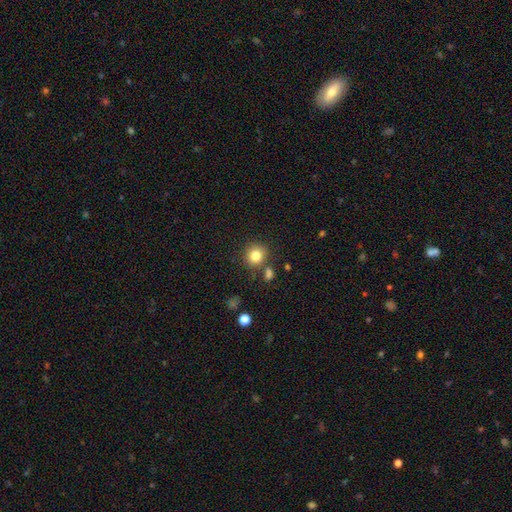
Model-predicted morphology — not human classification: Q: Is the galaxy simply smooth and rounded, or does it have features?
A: smooth — 82%.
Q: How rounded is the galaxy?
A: round — 88%.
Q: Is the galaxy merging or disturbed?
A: none — 79%.